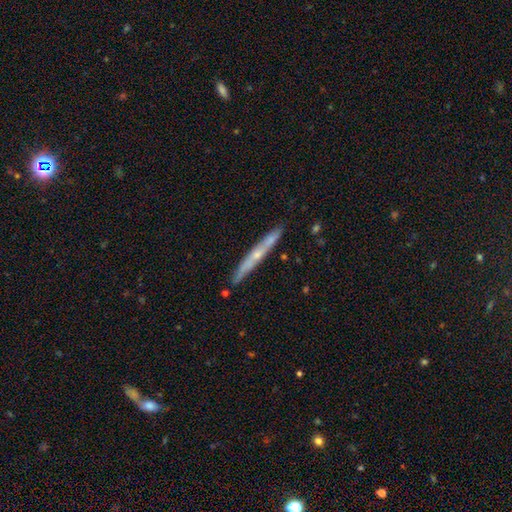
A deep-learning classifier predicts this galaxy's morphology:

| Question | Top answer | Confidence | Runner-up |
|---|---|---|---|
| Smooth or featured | featured or disk | 63% | smooth (31%) |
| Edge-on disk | yes | 94% | no (6%) |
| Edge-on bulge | rounded | 55% | none (42%) |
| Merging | none | 86% | minor disturbance (10%) |